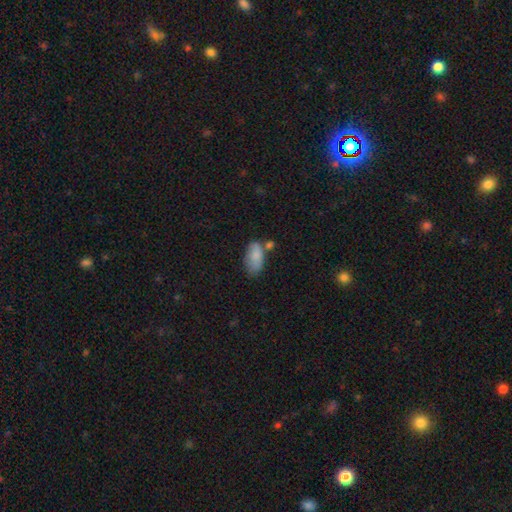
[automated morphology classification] type=smooth (82%); roundness=in between (92%); merging=none (44%).